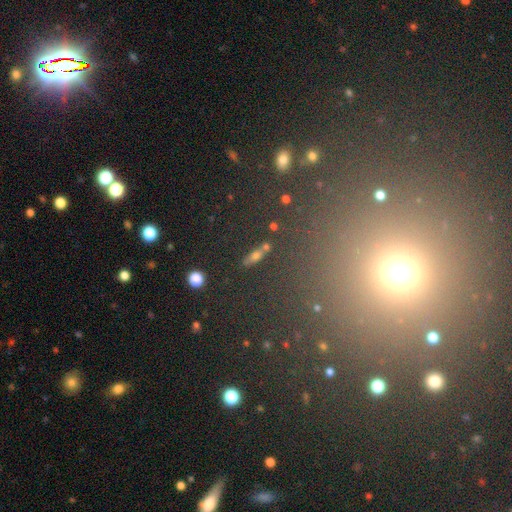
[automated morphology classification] A smooth galaxy with no disk features (60%) that is cigar-shaped (46%). Merging: none (79%).